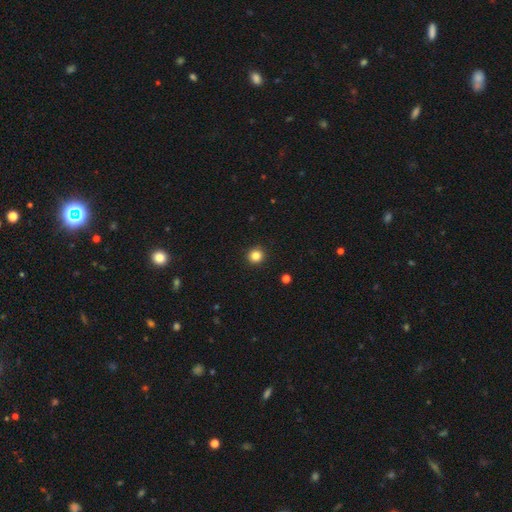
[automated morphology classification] Smooth or featured? smooth (84%)
How rounded? round (94%)
Merging? none (93%)